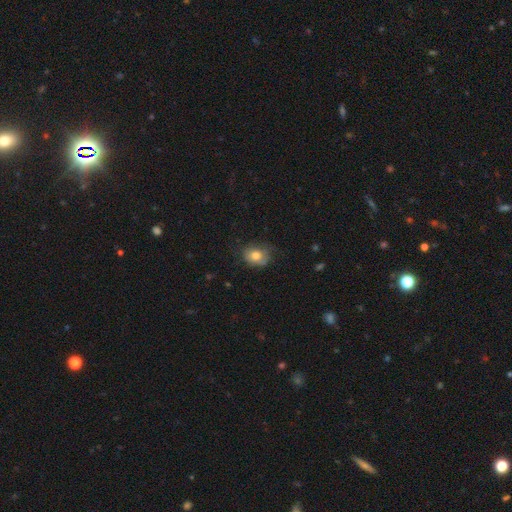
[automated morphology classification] Smooth or featured?
  - smooth: 77% *
  - featured or disk: 14%
  - star or artifact: 9%
How rounded?
  - in between: 50% * (tied)
  - round: 50% * (tied)
  - cigar-shaped: 1%
Merging?
  - none: 64% *
  - minor disturbance: 27%
  - major disturbance: 8%
  - merger: 1%